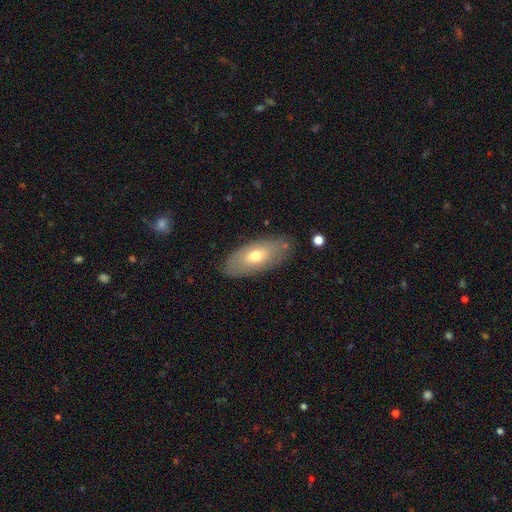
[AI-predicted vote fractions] smooth-or-featured: smooth: 61% | featured or disk: 32% | star or artifact: 7%
  how-rounded: in between: 87% | cigar-shaped: 10% | round: 3%
  merging: none: 81% | minor disturbance: 14% | major disturbance: 3% | merger: 2%